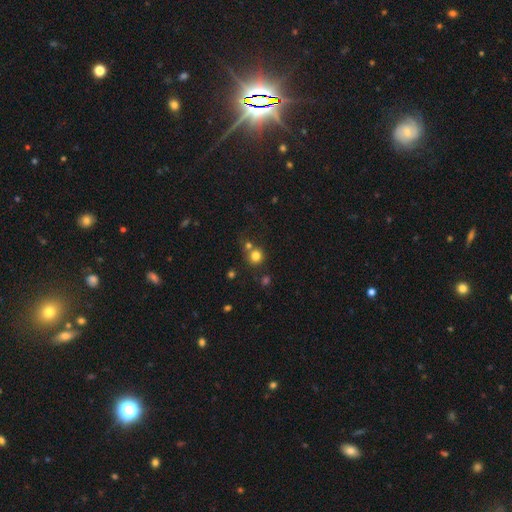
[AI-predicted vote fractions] smooth_or_featured: smooth (p=0.78) [alt: star or artifact p=0.15]
how_rounded: round (p=0.90) [alt: in between p=0.09]
merging: none (p=0.65) [alt: merger p=0.23]